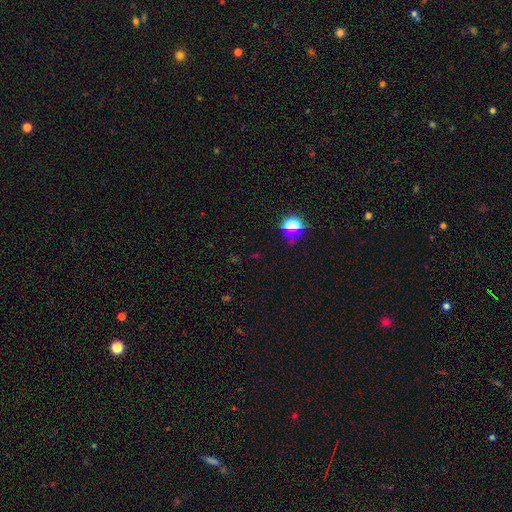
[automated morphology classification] A star or artifact, not a galaxy (67%).

Vote fractions:
- Smooth or featured? star or artifact: 67% / smooth: 25% / featured or disk: 7%